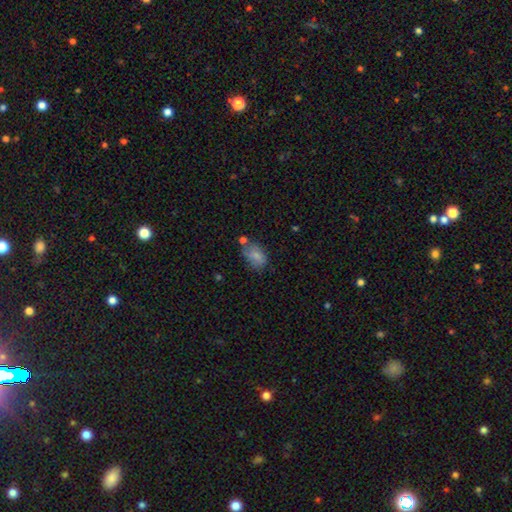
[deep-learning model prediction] smooth_or_featured: smooth (p=0.76) [alt: featured or disk p=0.15]
how_rounded: in between (p=0.86) [alt: round p=0.12]
merging: none (p=0.47) [alt: minor disturbance p=0.28]